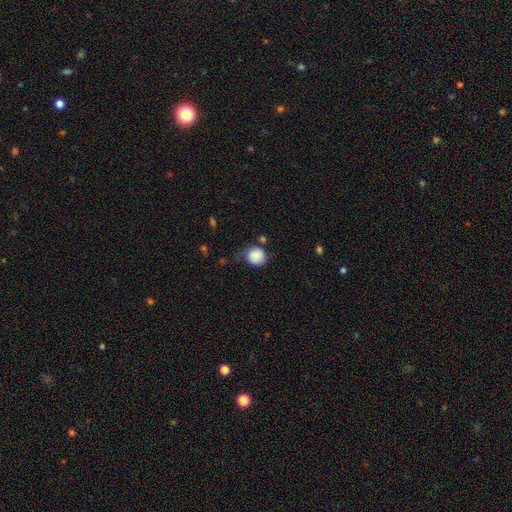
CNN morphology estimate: A smooth galaxy with no disk features (82%) that is round (82%).

Vote fractions:
- Smooth or featured? smooth: 82% / featured or disk: 11% / star or artifact: 8%
- How rounded? round: 82% / in between: 17% / cigar-shaped: 1%
- Merging? none: 48% / minor disturbance: 33% / major disturbance: 14% / merger: 5%